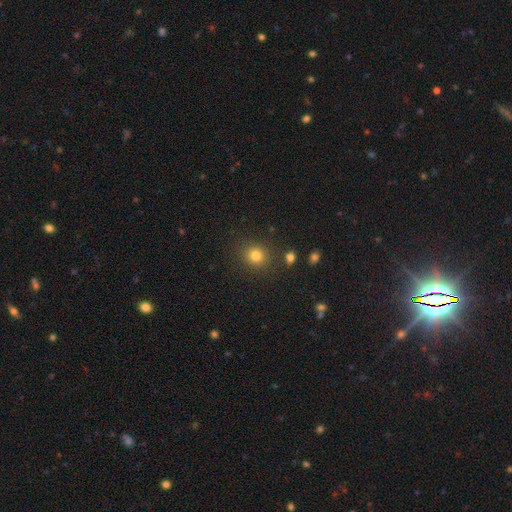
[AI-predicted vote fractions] smooth_or_featured: smooth (p=0.80) [alt: star or artifact p=0.14]
how_rounded: round (p=0.83) [alt: in between p=0.16]
merging: none (p=0.86) [alt: minor disturbance p=0.08]